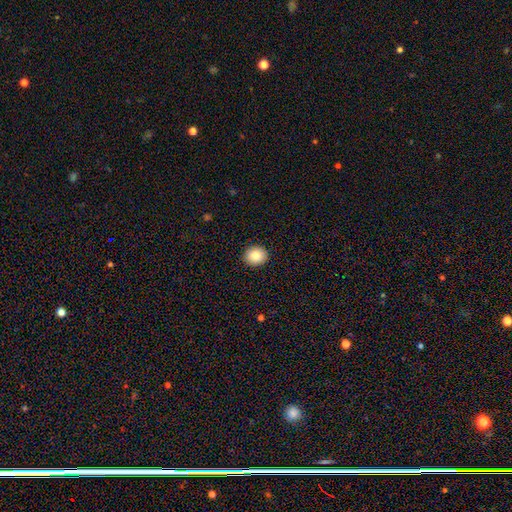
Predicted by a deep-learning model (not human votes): Smooth or featured? smooth (84%)
How rounded? round (74%)
Merging? none (92%)